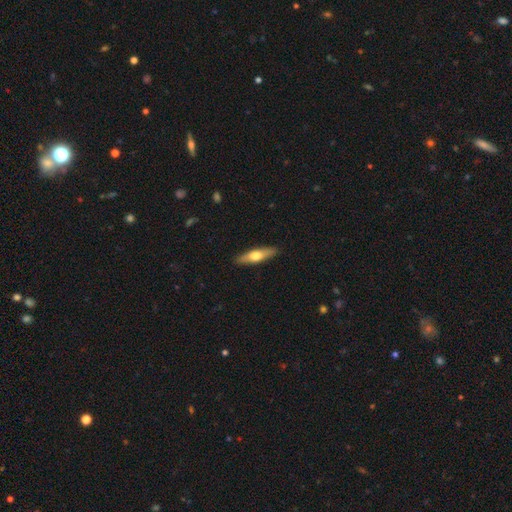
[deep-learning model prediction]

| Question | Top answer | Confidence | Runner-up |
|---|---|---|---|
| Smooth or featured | smooth | 53% | featured or disk (42%) |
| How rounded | cigar-shaped | 69% | in between (29%) |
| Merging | none | 90% | minor disturbance (8%) |